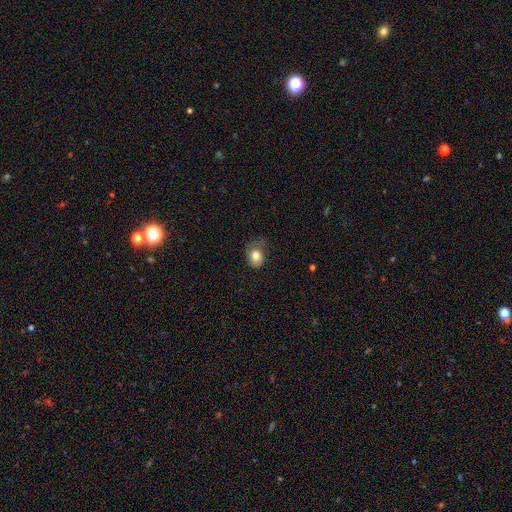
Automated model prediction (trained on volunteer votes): The model was most divided on "how rounded": in between: 53%, round: 46%, cigar-shaped: 1%. Remaining: smooth or featured — smooth (78%); merging — none (41%).